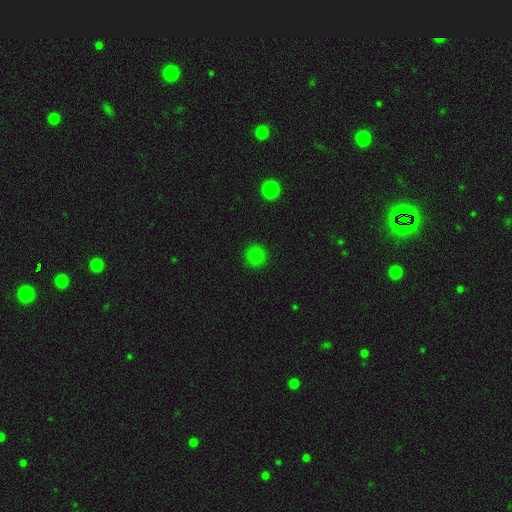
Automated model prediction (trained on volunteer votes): Overall: smooth (80%). How rounded: round (94%). Merging: none (92%).